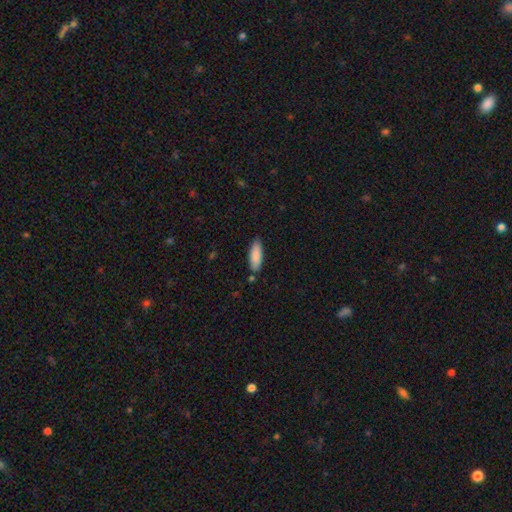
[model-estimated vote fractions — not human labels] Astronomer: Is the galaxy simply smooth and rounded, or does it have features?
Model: smooth — 88%.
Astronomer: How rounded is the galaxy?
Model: in between — 64%.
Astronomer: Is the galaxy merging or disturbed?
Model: none — 83%.